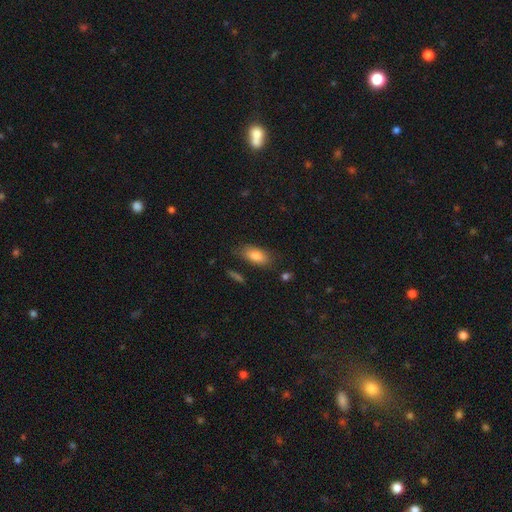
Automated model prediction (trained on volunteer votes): Smooth or featured? Predicted: smooth (p=0.81). How rounded? Predicted: in between (p=0.86). Merging? Predicted: none (p=0.76).